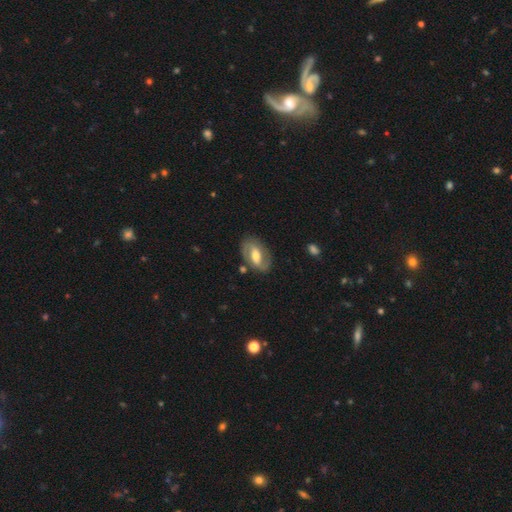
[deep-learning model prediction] Q: Smooth or featured?
A: featured or disk (73%); runner-up: smooth (21%)
Q: Edge-on disk?
A: no (95%); runner-up: yes (5%)
Q: Bar?
A: weak (41%); runner-up: strong (39%)
Q: Spiral arms?
A: yes (83%); runner-up: no (17%)
Q: Spiral winding?
A: medium (47%); runner-up: tight (29%)
Q: Spiral arm count?
A: 2 (86%); runner-up: can't tell (8%)
Q: Bulge size?
A: moderate (65%); runner-up: small (20%)
Q: Merging?
A: none (78%); runner-up: minor disturbance (14%)